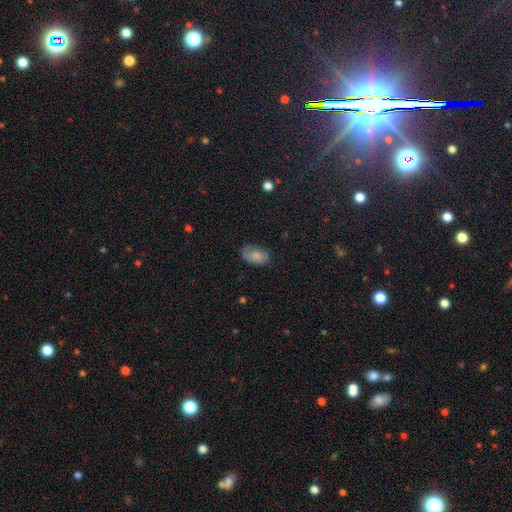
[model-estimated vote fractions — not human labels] Overall: smooth (80%). How rounded: in between (92%). Merging: none (71%).